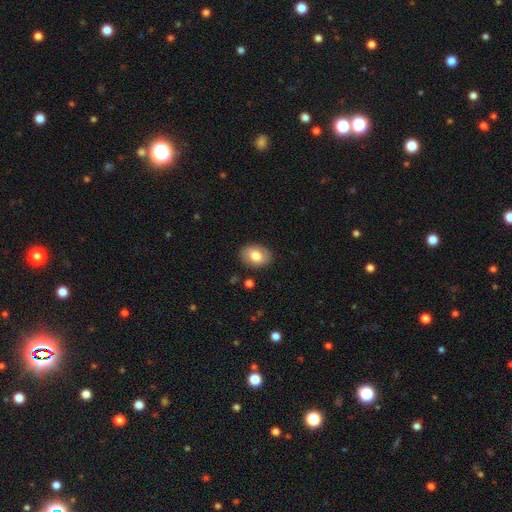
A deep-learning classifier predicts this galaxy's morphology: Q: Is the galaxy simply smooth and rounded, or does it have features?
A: smooth — 77%.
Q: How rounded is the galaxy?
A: in between — 76%.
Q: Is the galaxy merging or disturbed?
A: none — 85%.